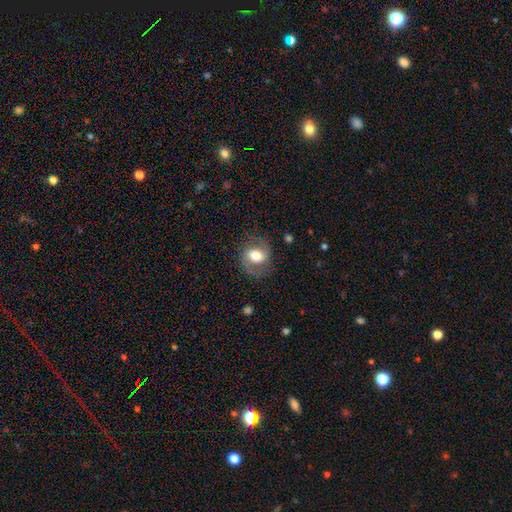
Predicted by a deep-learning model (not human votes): Smooth or featured? featured or disk (55%)
Edge-on disk? no (96%)
Bar? no (46%)
Spiral arms? yes (80%)
Bulge size? moderate (49%)
Merging? none (75%)